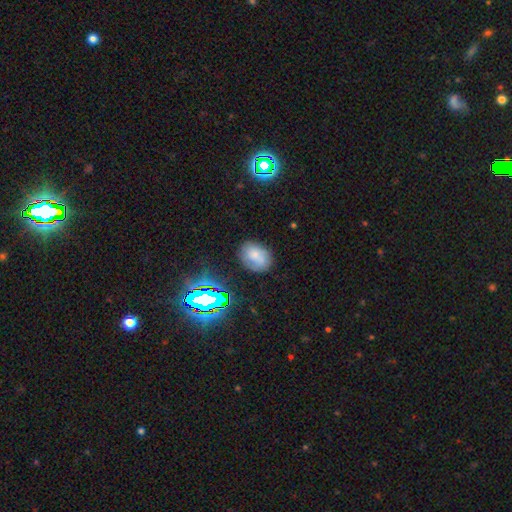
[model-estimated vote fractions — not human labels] Morphology: type=smooth (69%); roundness=in between (68%); merging=none (71%).